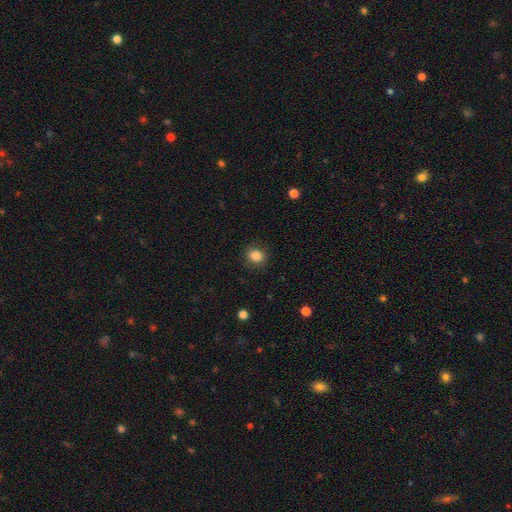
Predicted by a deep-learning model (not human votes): smooth 85%, star or artifact 10%, featured or disk 5%. Down the decision tree: how rounded — round (61%); merging — none (87%).